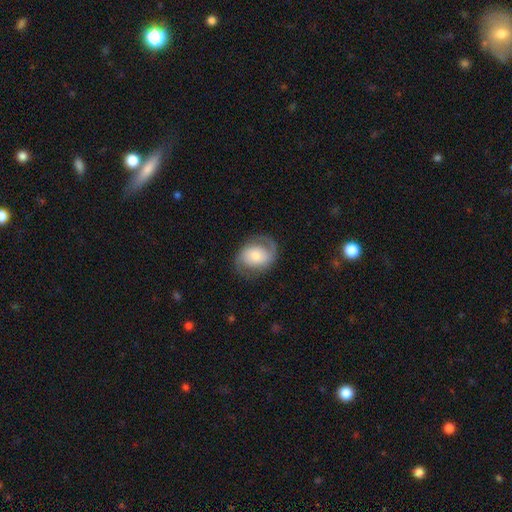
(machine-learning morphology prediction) This is possibly a featured or disk galaxy (59%). It is clearly not viewed edge-on (97%). Bar: likely no (66%). Spiral arm pattern: clearly yes (84%). Central bulge: marginally moderate (44%). Merging: likely none (71%).